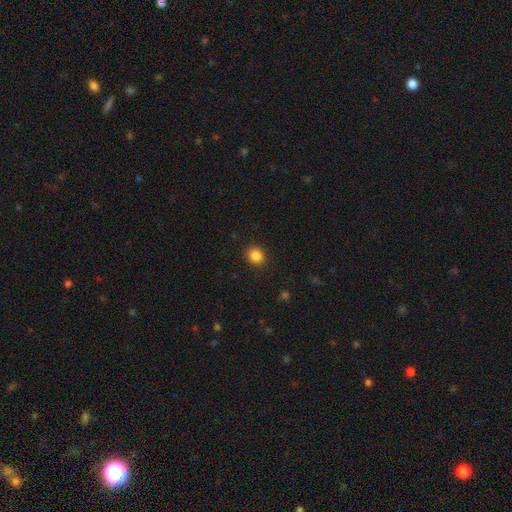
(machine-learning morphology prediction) This appears to be a smooth galaxy with no disk features (86%) that is round (74%). Merging: none (91%).